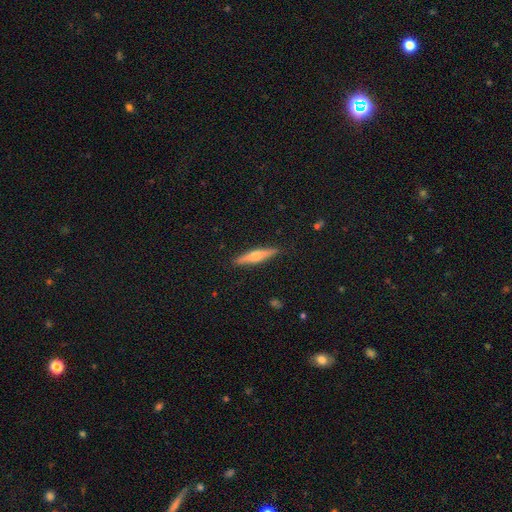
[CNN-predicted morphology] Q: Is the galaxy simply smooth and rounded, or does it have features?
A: featured or disk — 58%.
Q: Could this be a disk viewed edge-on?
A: yes — 95%.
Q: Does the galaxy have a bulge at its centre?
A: rounded — 91%.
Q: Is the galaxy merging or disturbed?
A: none — 90%.